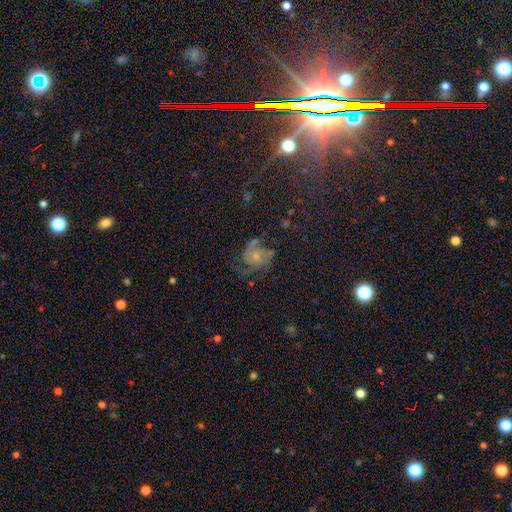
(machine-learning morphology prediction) Overall: featured or disk (58%; smooth 27%). Edge-on disk: no (98%). Bar: no (75%). Spiral arms: yes (79%). Bulge size: moderate (43%; small 38%). Merging: none (41%; major disturbance 32%).